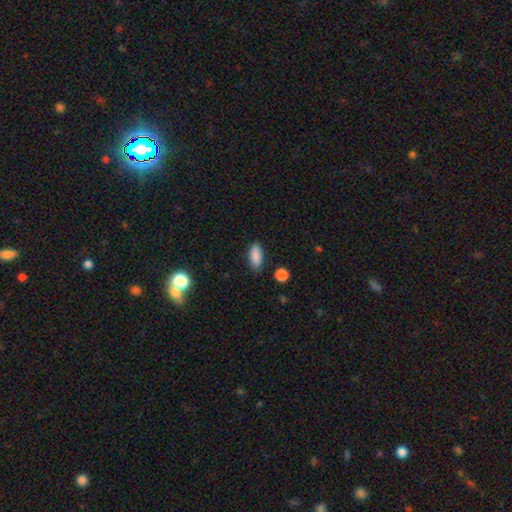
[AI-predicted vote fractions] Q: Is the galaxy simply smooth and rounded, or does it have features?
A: smooth — 88%.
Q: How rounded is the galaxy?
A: in between — 82%.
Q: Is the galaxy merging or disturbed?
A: none — 82%.